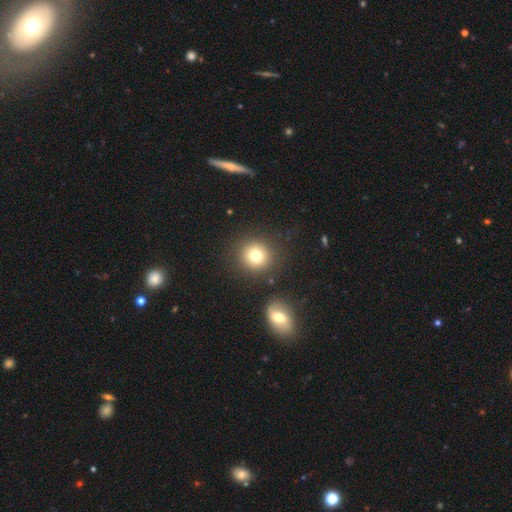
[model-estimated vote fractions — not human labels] This appears to be a smooth galaxy with no disk features (77%) that is round (89%). Merging: none (83%).